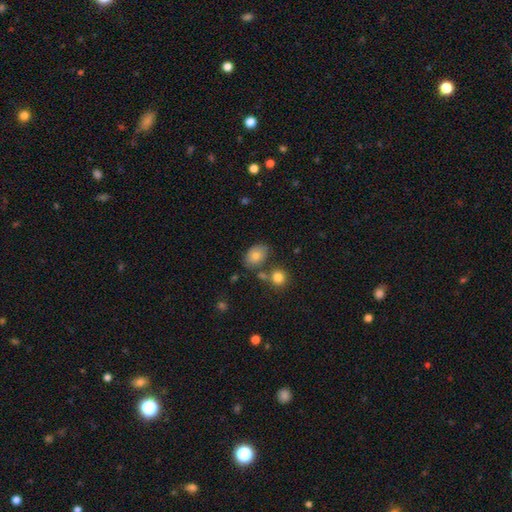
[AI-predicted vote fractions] A smooth galaxy with no disk features (79%) that is in between round and cigar-shaped (80%). Merging: none (65%).